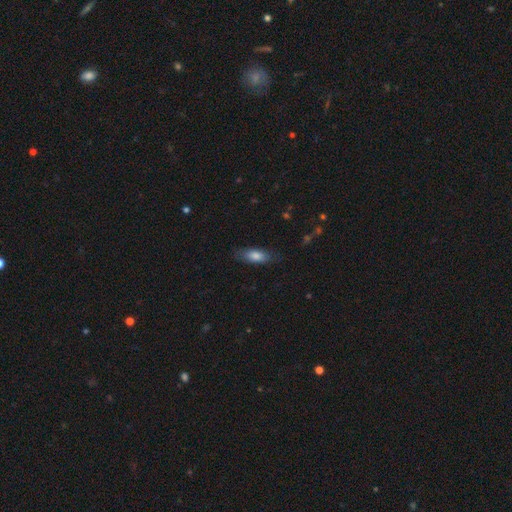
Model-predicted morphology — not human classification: smooth-or-featured: smooth: 79% | featured or disk: 14% | star or artifact: 7%
  how-rounded: in between: 74% | cigar-shaped: 24% | round: 2%
  merging: none: 79% | minor disturbance: 16% | major disturbance: 4% | merger: 1%